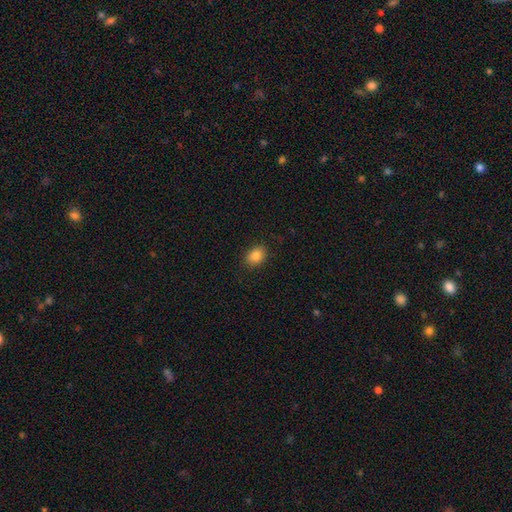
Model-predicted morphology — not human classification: smooth-or-featured: smooth: 85% | star or artifact: 9% | featured or disk: 5%
  how-rounded: in between: 68% | round: 31% | cigar-shaped: 1%
  merging: none: 88% | minor disturbance: 9% | major disturbance: 2% | merger: 1%